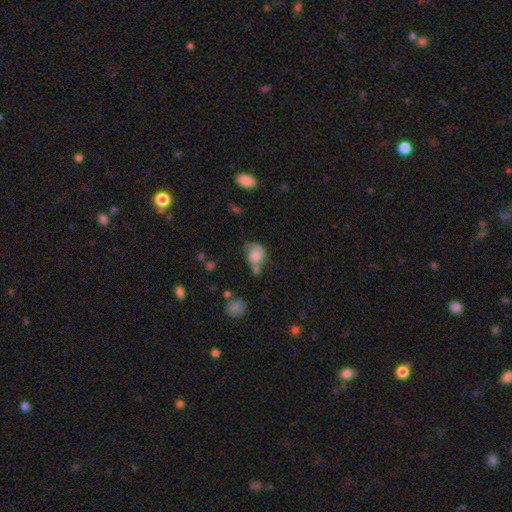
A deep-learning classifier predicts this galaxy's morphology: A smooth galaxy with no disk features (57%) that is in between round and cigar-shaped (51%). Merging: none (34%).